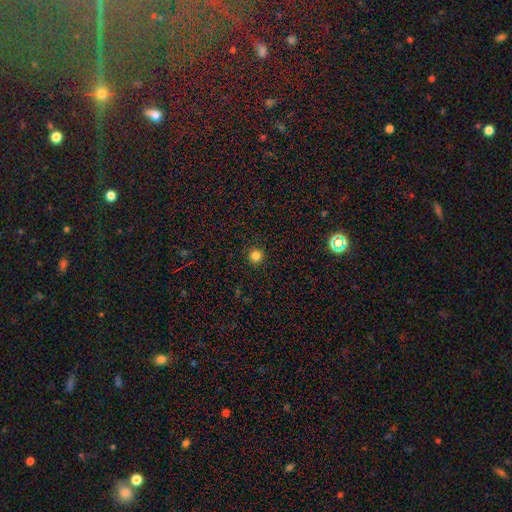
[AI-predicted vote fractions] smooth 83%, star or artifact 13%, featured or disk 4%. Down the decision tree: how rounded — round (96%); merging — none (93%).